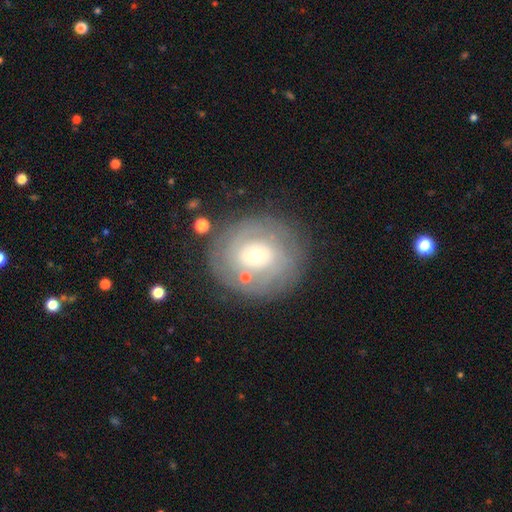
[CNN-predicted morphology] Smooth or featured? featured or disk (62%)
Edge-on disk? no (97%)
Bar? no (80%)
Spiral arms? yes (60%)
Bulge size? small (59%)
Merging? none (77%)